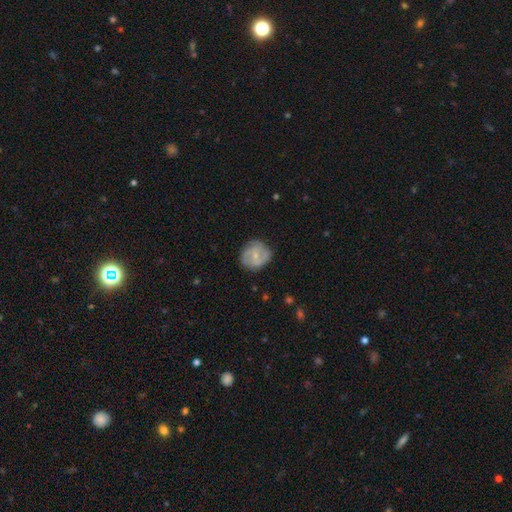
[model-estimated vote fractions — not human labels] smooth-or-featured: featured or disk: 54% | smooth: 40% | star or artifact: 6%
  disk-edge-on: no: 97% | yes: 3%
    bar: weak: 46% | no: 42% | strong: 12%
    has-spiral-arms: yes: 75% | no: 25%
    bulge-size: small: 60% | moderate: 33% | none: 5% | large: 1% | dominant: 1%
  merging: none: 75% | minor disturbance: 18% | major disturbance: 5% | merger: 1%